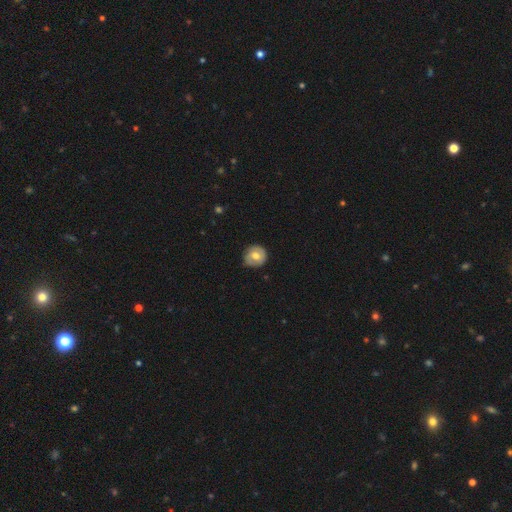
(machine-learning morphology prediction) A smooth galaxy with no disk features (62%) that is round (88%).

Vote fractions:
- Smooth or featured? smooth: 62% / featured or disk: 31% / star or artifact: 7%
- How rounded? round: 88% / in between: 11% / cigar-shaped: 1%
- Merging? none: 81% / minor disturbance: 15% / major disturbance: 3% / merger: 1%